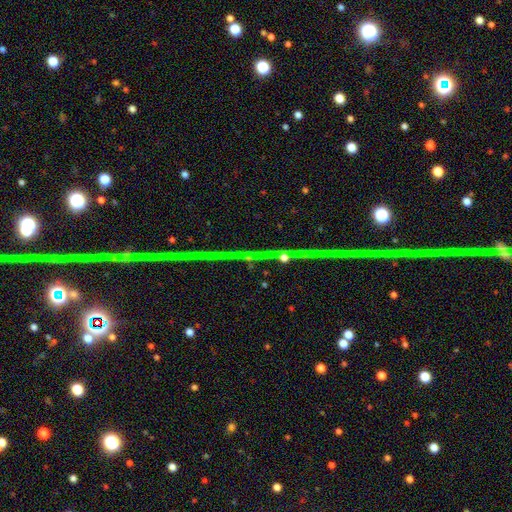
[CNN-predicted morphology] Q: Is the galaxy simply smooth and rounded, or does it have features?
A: star or artifact — 62%.